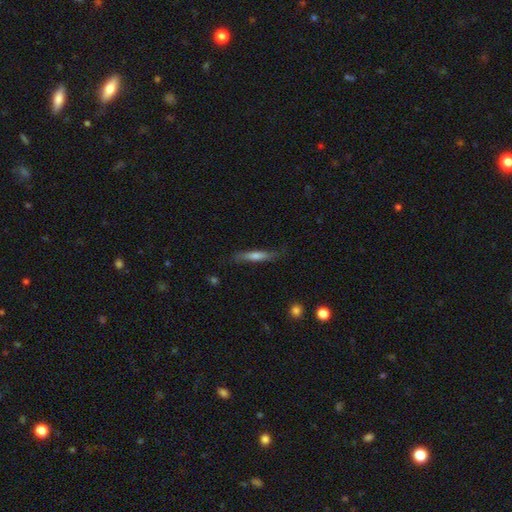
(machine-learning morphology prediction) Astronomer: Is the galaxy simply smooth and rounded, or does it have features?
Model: featured or disk — 47% (runner-up: smooth, 46%).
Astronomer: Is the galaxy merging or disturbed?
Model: none — 79%.